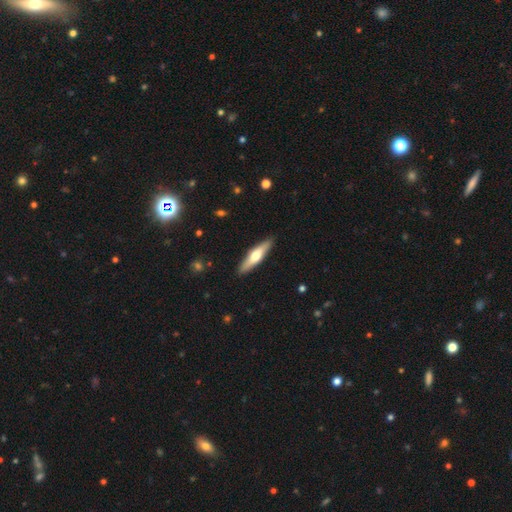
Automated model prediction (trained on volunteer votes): A smooth galaxy with no disk features (50%) that is cigar-shaped (78%).

Vote fractions:
- Smooth or featured? smooth: 50% / featured or disk: 45% / star or artifact: 5%
- How rounded? cigar-shaped: 78% / in between: 20% / round: 2%
- Merging? none: 90% / minor disturbance: 8% / major disturbance: 2% / merger: 1%